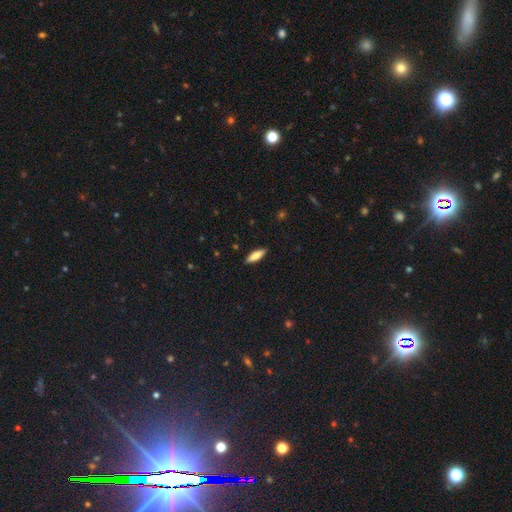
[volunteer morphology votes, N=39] smooth 64%, featured or disk 33%, star or artifact 3%. Down the decision tree: how rounded — in between (52%); merging — none (92%).